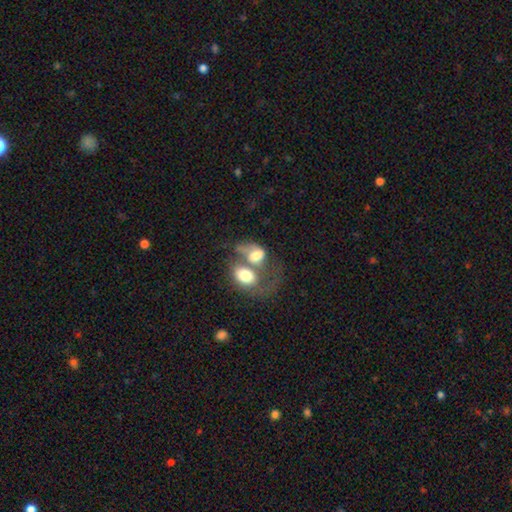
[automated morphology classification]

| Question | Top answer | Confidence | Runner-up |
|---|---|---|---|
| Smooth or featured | smooth | 60% | featured or disk (32%) |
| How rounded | in between | 73% | round (26%) |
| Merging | merger | 73% | major disturbance (13%) |